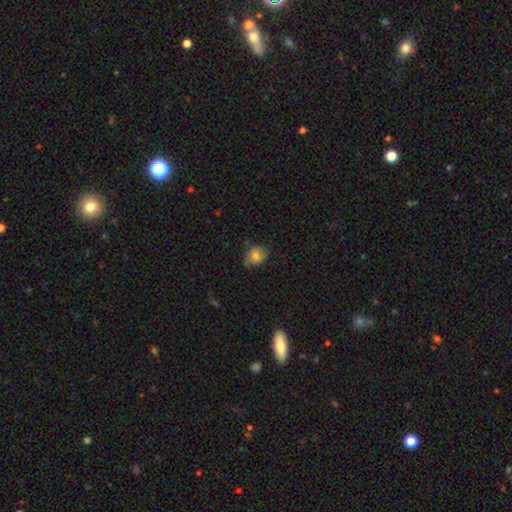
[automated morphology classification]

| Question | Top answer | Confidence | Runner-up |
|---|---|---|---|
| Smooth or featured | smooth | 70% | featured or disk (21%) |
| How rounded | in between | 60% | round (39%) |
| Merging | none | 65% | minor disturbance (26%) |